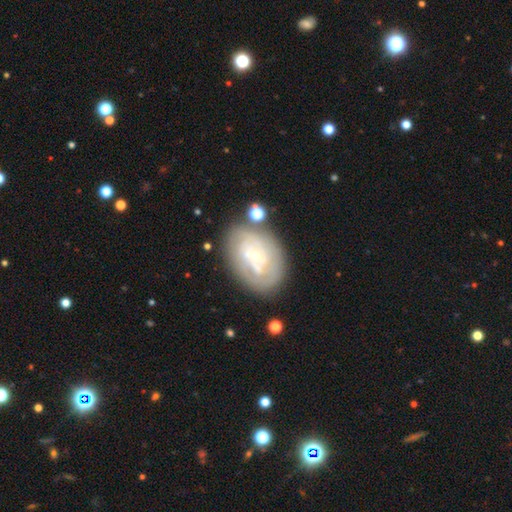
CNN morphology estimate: This appears to be a featured or disk galaxy (69%) with no bar (76%), spiral arms (62%) and a small central bulge (78%). Merging: none (64%).